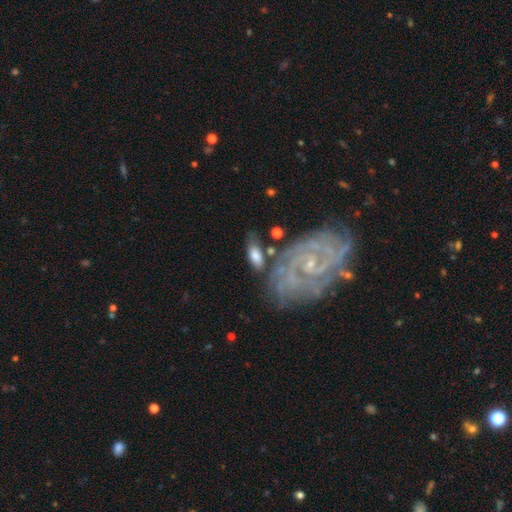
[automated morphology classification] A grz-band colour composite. It shows a smooth galaxy with no disk features (49%). Merging: none (62%).